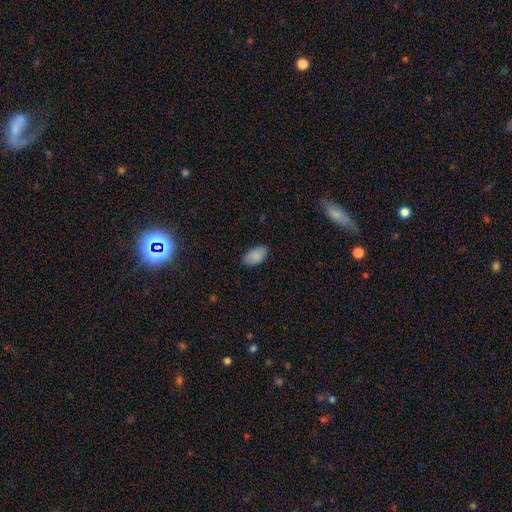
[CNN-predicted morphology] smooth-or-featured: smooth: 88% | star or artifact: 7% | featured or disk: 4%
  how-rounded: in between: 93% | round: 5% | cigar-shaped: 2%
  merging: none: 82% | minor disturbance: 14% | major disturbance: 3% | merger: 1%